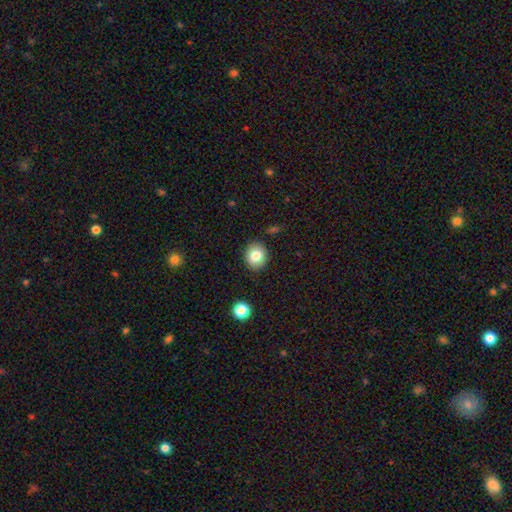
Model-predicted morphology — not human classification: smooth_or_featured: smooth (p=0.82) [alt: star or artifact p=0.10]
how_rounded: round (p=0.67) [alt: in between p=0.32]
merging: none (p=0.87) [alt: minor disturbance p=0.08]